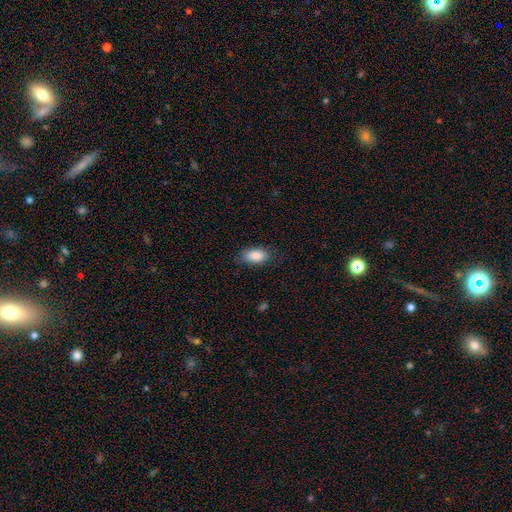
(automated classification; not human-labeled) smooth 88%, star or artifact 7%, featured or disk 6%. Down the decision tree: how rounded — in between (92%); merging — none (82%).